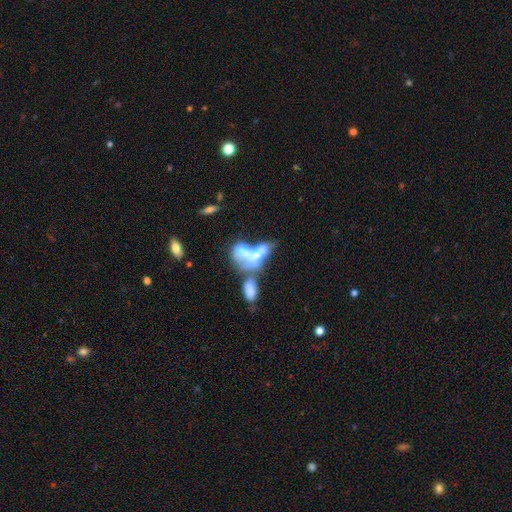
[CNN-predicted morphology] smooth-or-featured: featured or disk: 47% | smooth: 42% | star or artifact: 11%
  merging: merger: 69% | major disturbance: 15% | none: 10% | minor disturbance: 6%